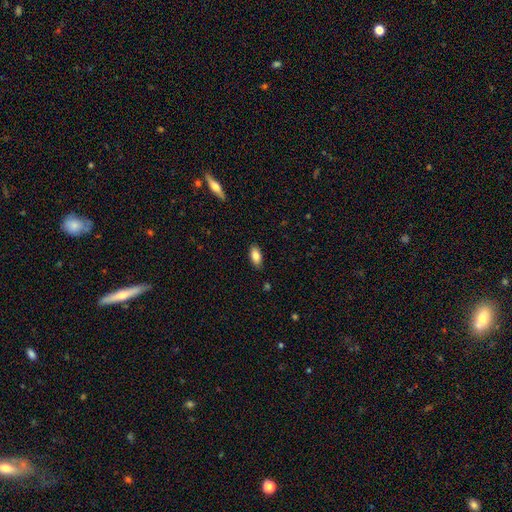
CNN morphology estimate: A smooth galaxy with no disk features (85%) that is in between round and cigar-shaped (89%). Merging: none (86%).